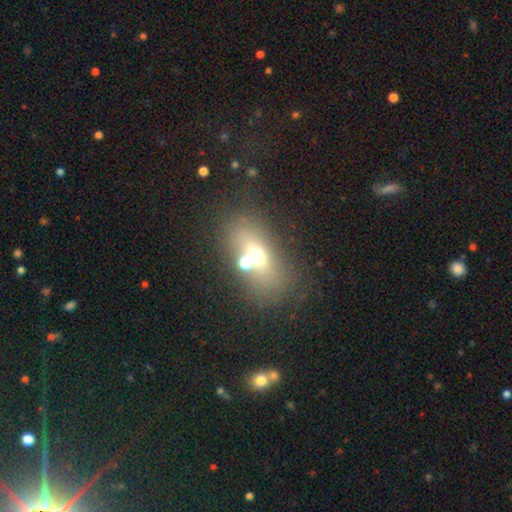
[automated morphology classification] A smooth galaxy with no disk features (54%) that is in between round and cigar-shaped (67%).

Vote fractions:
- Smooth or featured? smooth: 54% / featured or disk: 27% / star or artifact: 20%
- How rounded? in between: 67% / round: 27% / cigar-shaped: 5%
- Merging? none: 54% / merger: 28% / minor disturbance: 11% / major disturbance: 7%